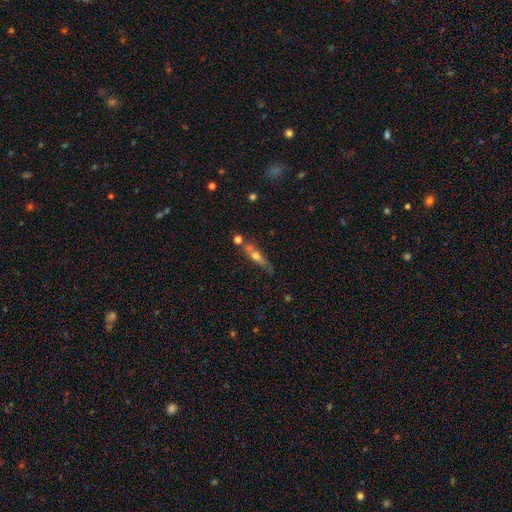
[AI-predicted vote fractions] The model was most divided on "smooth or featured": featured or disk: 47%, smooth: 44%, star or artifact: 9%. More confident: merging — none (58%).